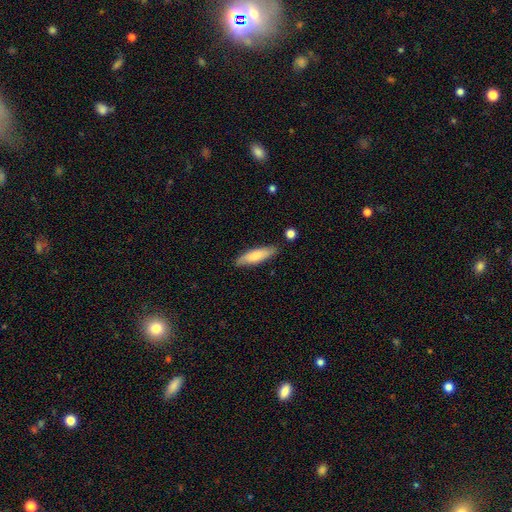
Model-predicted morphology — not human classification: smooth 75%, featured or disk 19%, star or artifact 6%. Down the decision tree: how rounded — cigar-shaped (63%); merging — none (82%).